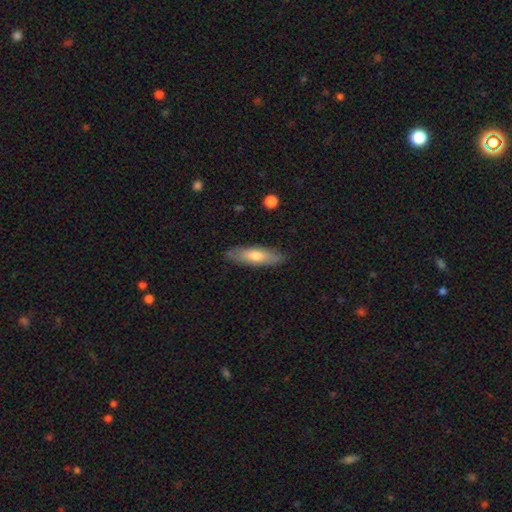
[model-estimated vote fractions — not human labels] Smooth or featured? smooth (61%)
How rounded? cigar-shaped (61%)
Merging? none (87%)